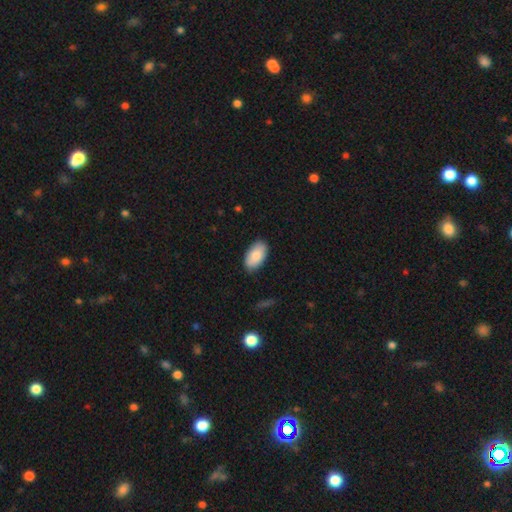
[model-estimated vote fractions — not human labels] Smooth or featured? Predicted: smooth (p=0.84). How rounded? Predicted: in between (p=0.95). Merging? Predicted: none (p=0.86).